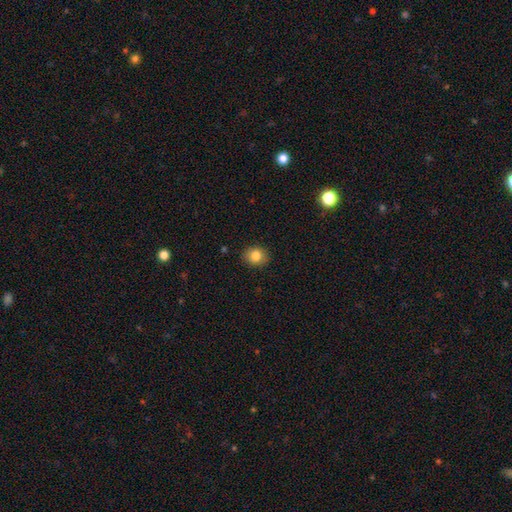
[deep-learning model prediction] Smooth or featured?
  - smooth: 82% *
  - star or artifact: 10%
  - featured or disk: 8%
How rounded?
  - round: 64% *
  - in between: 35%
  - cigar-shaped: 1%
Merging?
  - none: 89% *
  - minor disturbance: 8%
  - major disturbance: 2%
  - merger: 1%